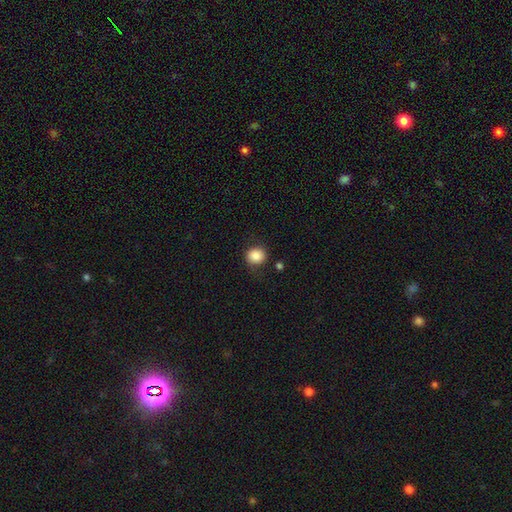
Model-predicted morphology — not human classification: A smooth galaxy with no disk features (85%) that is round (80%). Merging: none (80%).